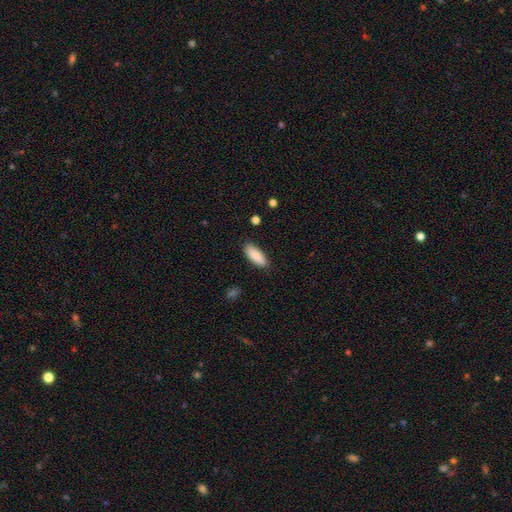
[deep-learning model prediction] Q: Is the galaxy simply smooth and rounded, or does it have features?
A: smooth — 89%.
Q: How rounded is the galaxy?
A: in between — 75%.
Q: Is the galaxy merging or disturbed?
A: none — 86%.